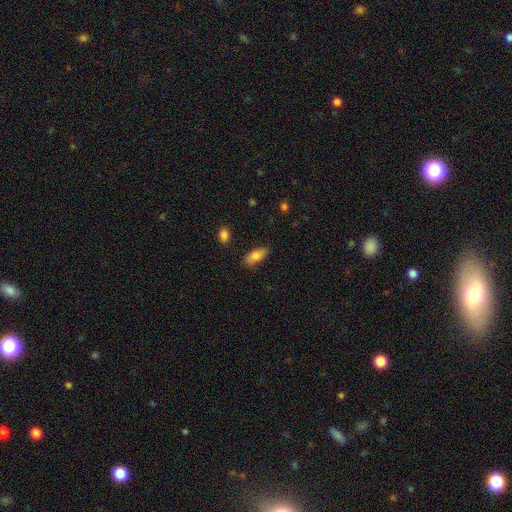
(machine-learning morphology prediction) Smooth or featured? Predicted: smooth (p=0.82). How rounded? Predicted: in between (p=0.84). Merging? Predicted: none (p=0.79).